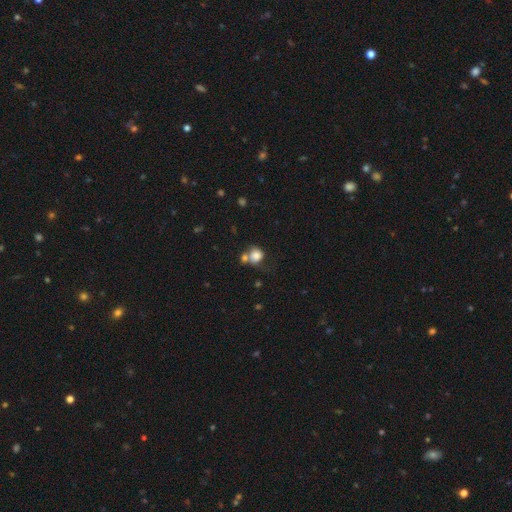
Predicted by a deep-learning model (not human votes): Smooth or featured? smooth (80%)
How rounded? round (78%)
Merging? none (40%)